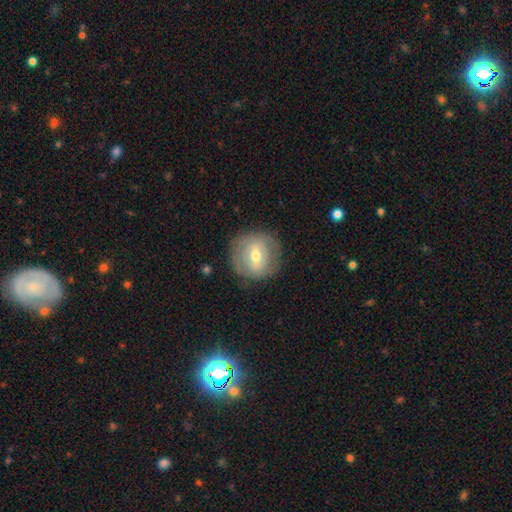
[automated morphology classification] Q: Smooth or featured?
A: featured or disk (55%); runner-up: smooth (38%)
Q: Edge-on disk?
A: no (95%); runner-up: yes (5%)
Q: Bar?
A: weak (49%); runner-up: no (26%)
Q: Spiral arms?
A: yes (51%); runner-up: no (49%)
Q: Bulge size?
A: moderate (68%); runner-up: small (27%)
Q: Merging?
A: none (81%); runner-up: minor disturbance (13%)